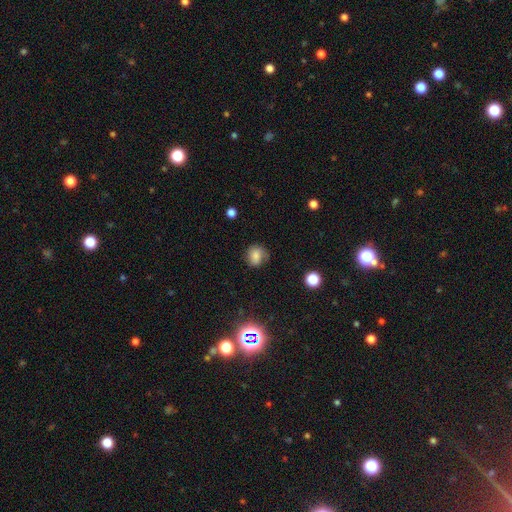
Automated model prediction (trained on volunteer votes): Q: Smooth or featured?
A: smooth (76%); runner-up: star or artifact (13%)
Q: How rounded?
A: round (69%); runner-up: in between (30%)
Q: Merging?
A: none (67%); runner-up: minor disturbance (24%)